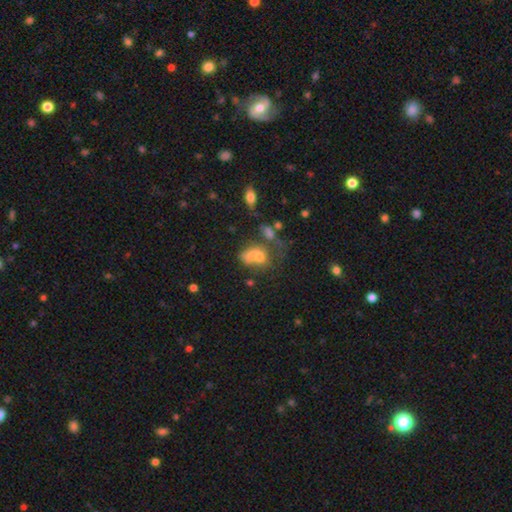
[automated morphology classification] Overall: smooth (64%). How rounded: in between (80%). Merging: merger (36%; major disturbance 25%).